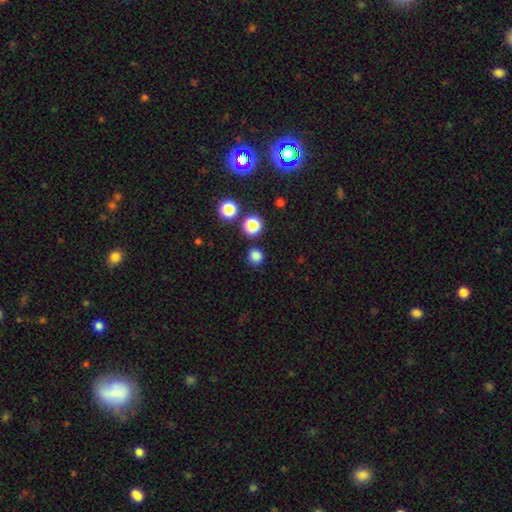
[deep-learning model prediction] Overall: smooth (81%). How rounded: round (93%). Merging: none (88%).